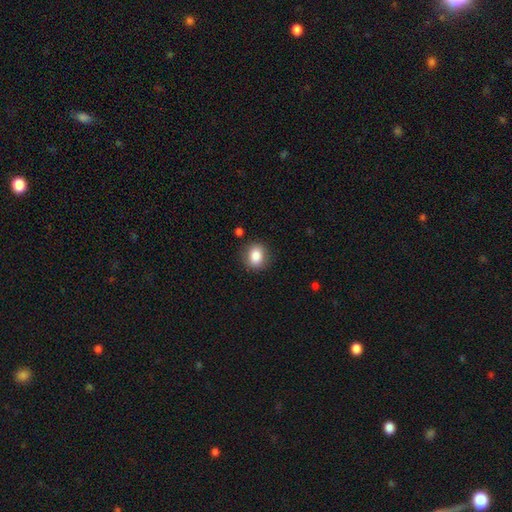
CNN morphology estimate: The model was most divided on "how rounded": round: 62%, in between: 37%, cigar-shaped: 1%. More confident: smooth or featured — smooth (85%); merging — none (85%).